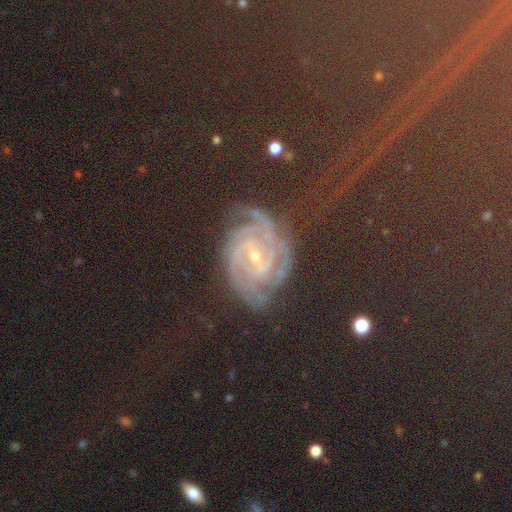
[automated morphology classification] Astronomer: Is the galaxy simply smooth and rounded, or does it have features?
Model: star or artifact — 43% (runner-up: featured or disk, 29%).